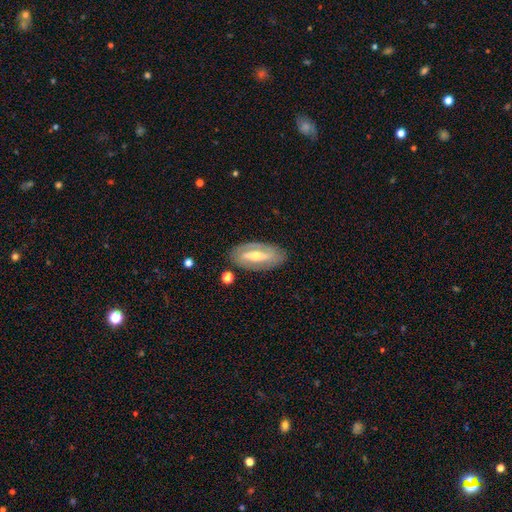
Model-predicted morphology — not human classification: This is likely a featured or disk galaxy (73%). It is clearly not viewed edge-on (86%). Bar: possibly strong (55%). Spiral arm pattern: likely yes (70%). Central bulge: possibly moderate (57%). Merging: clearly none (82%).